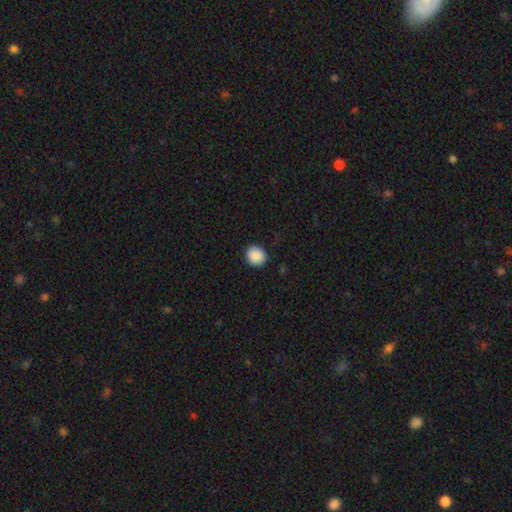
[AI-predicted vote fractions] A smooth galaxy with no disk features (90%) that is round (84%). Merging: none (91%).